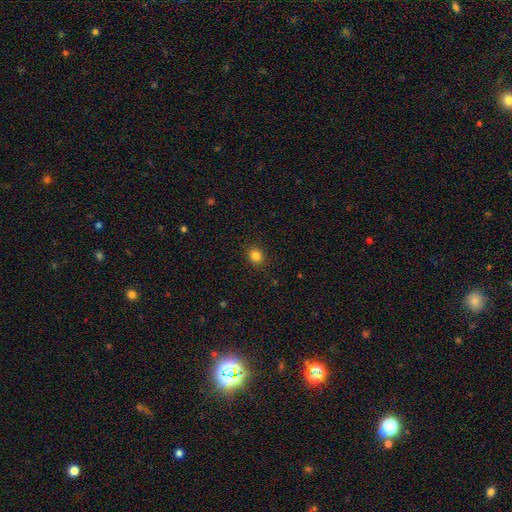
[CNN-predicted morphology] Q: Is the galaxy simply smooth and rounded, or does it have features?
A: smooth — 83%.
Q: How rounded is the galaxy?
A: round — 70%.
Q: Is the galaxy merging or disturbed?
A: none — 90%.